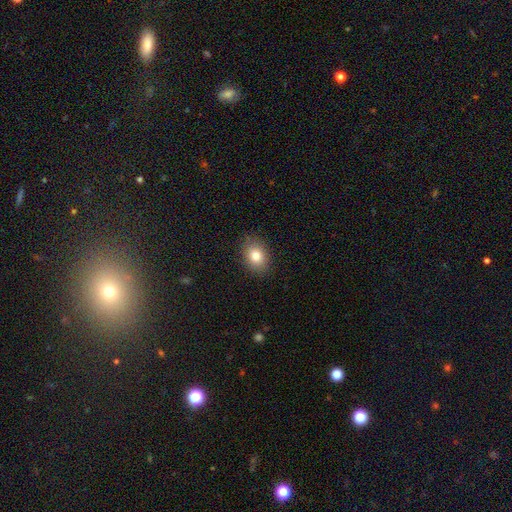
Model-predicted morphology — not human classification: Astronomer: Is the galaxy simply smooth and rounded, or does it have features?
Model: smooth — 83%.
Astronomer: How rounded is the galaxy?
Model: in between — 69%.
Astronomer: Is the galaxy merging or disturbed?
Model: none — 88%.